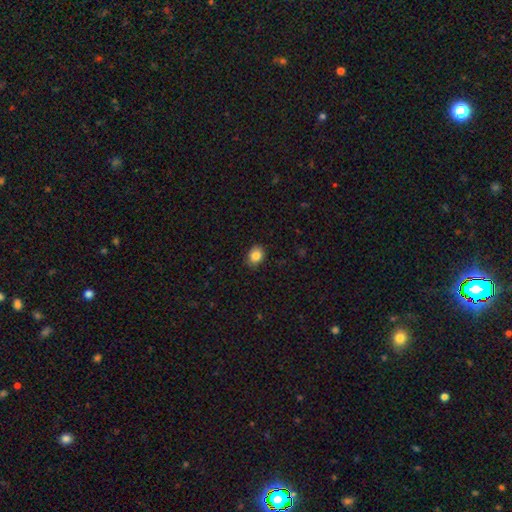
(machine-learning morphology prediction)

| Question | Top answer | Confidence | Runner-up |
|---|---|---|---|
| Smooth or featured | smooth | 85% | star or artifact (9%) |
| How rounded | in between | 50% | round (49%) |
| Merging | none | 84% | minor disturbance (13%) |